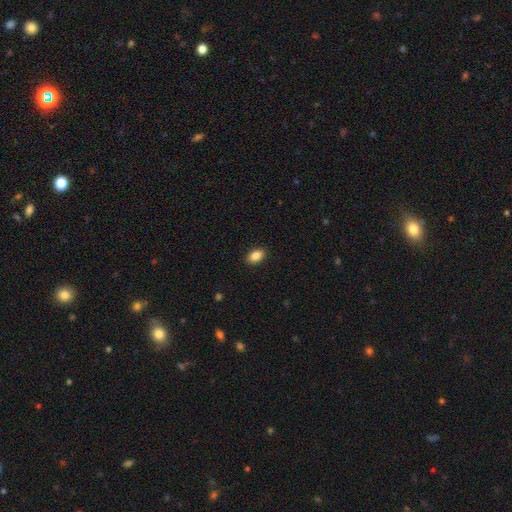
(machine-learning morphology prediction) smooth_or_featured: smooth (p=0.88) [alt: star or artifact p=0.08]
how_rounded: in between (p=0.89) [alt: round p=0.09]
merging: none (p=0.90) [alt: minor disturbance p=0.07]